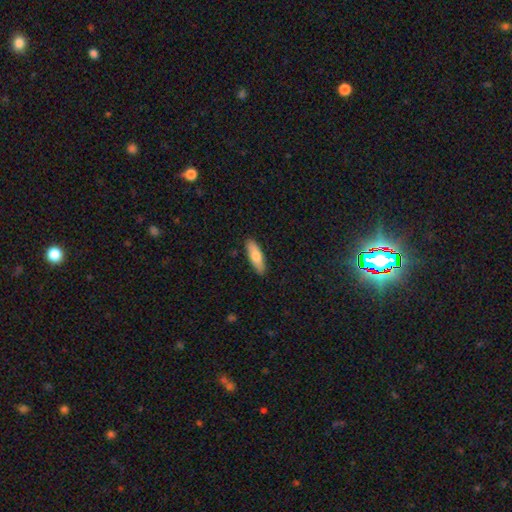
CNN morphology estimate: A smooth galaxy with no disk features (76%) that is in between round and cigar-shaped (50%). Merging: none (88%).